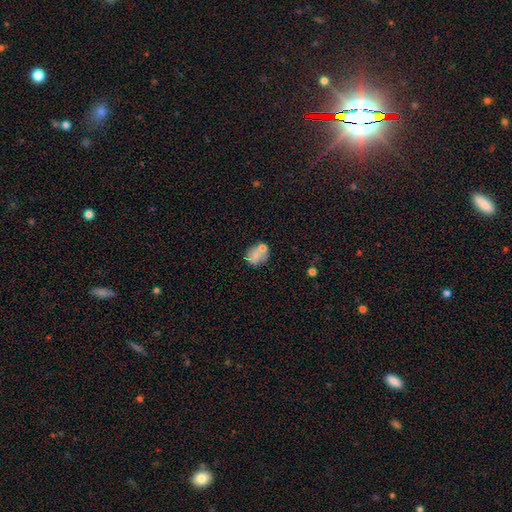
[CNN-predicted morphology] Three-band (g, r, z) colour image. It shows a smooth galaxy with no disk features (67%) that is in between round and cigar-shaped (51%). Merging: none (52%).